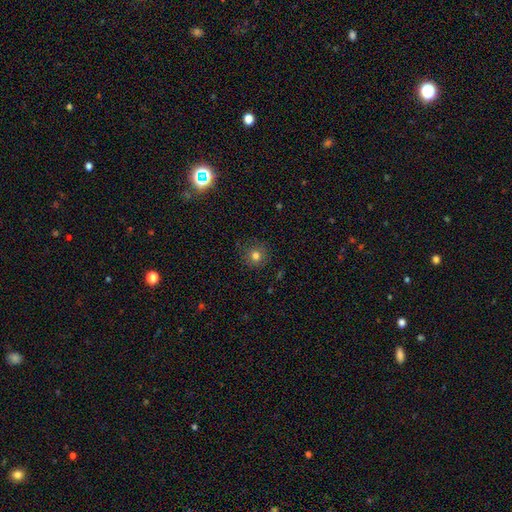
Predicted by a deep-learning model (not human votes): Morphology: type=smooth (77%); roundness=round (92%); merging=none (85%).